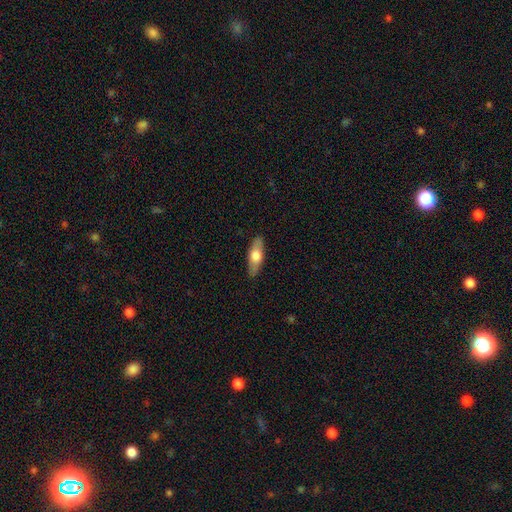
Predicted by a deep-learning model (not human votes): Q: Smooth or featured?
A: smooth (60%); runner-up: featured or disk (34%)
Q: How rounded?
A: in between (63%); runner-up: cigar-shaped (34%)
Q: Merging?
A: none (87%); runner-up: minor disturbance (10%)